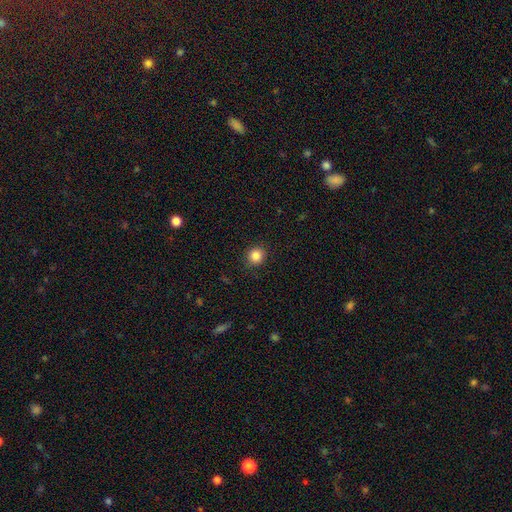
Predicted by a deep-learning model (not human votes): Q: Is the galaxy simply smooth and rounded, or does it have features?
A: smooth — 86%.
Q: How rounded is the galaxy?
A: round — 90%.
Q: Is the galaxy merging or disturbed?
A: none — 89%.